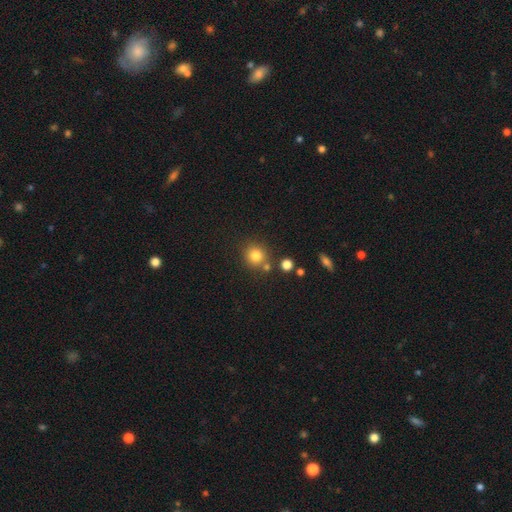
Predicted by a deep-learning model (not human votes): smooth_or_featured: smooth (p=0.81) [alt: star or artifact p=0.12]
how_rounded: round (p=0.90) [alt: in between p=0.09]
merging: none (p=0.76) [alt: merger p=0.12]